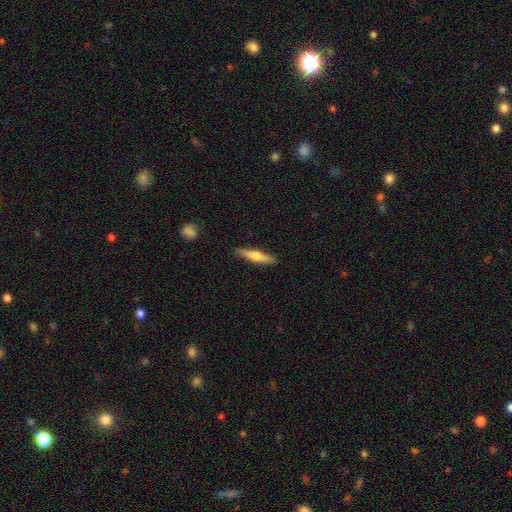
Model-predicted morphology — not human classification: The model was most divided on "smooth or featured": featured or disk: 50%, smooth: 45%, star or artifact: 6%. More confident: merging — none (90%).